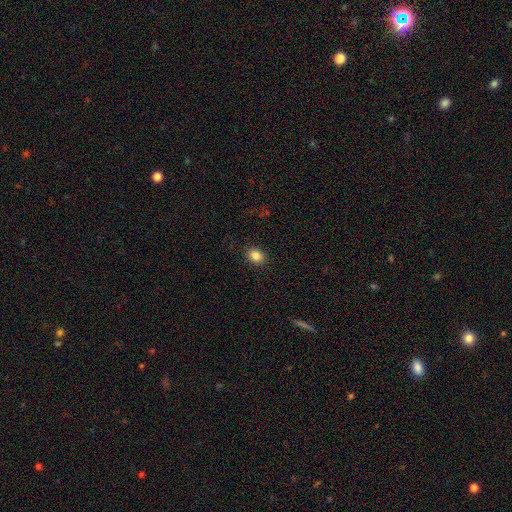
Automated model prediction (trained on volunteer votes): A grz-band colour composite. It shows a smooth galaxy with no disk features (84%) that is in between round and cigar-shaped (51%). Merging: none (90%).